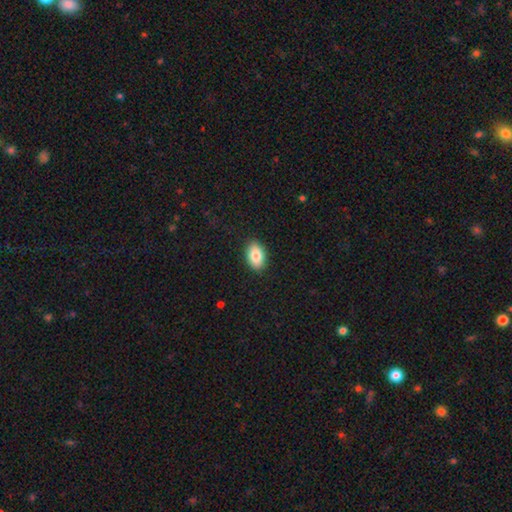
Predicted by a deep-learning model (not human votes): Smooth or featured: smooth — 84% (featured or disk — 9%)
How rounded: in between — 92% (round — 7%)
Merging: none — 90% (minor disturbance — 8%)